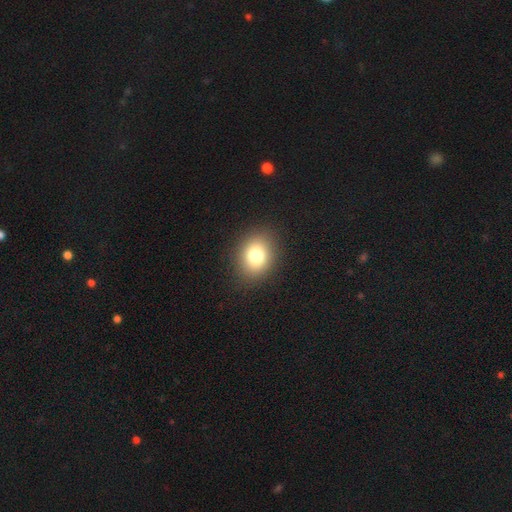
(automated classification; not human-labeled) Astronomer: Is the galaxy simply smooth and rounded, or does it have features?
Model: smooth — 77%.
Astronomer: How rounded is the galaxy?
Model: round — 51% (runner-up: in between, 48%).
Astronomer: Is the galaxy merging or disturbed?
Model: none — 89%.